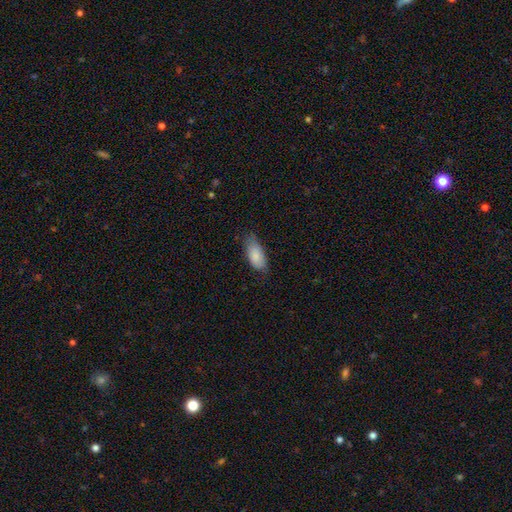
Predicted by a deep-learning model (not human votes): Overall: smooth (86%). How rounded: in between (88%). Merging: none (63%; minor disturbance 30%).